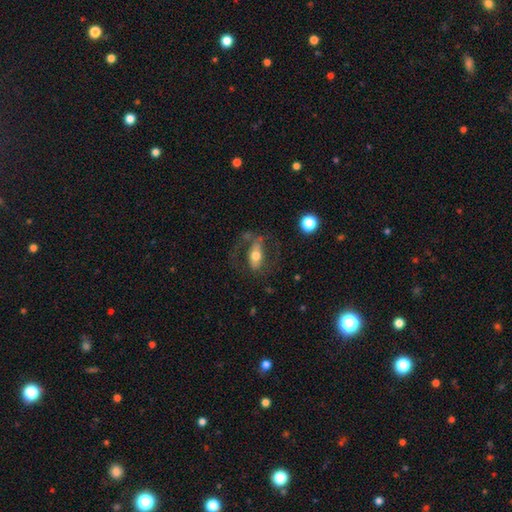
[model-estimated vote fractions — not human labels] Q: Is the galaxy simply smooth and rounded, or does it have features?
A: featured or disk — 52%.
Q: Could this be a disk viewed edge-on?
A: no — 80%.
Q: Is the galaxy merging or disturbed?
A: none — 52%.